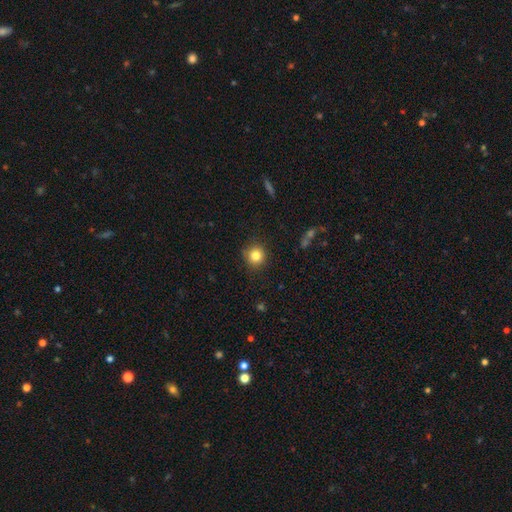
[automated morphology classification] smooth-or-featured: smooth: 82% | star or artifact: 11% | featured or disk: 6%
  how-rounded: round: 92% | in between: 7% | cigar-shaped: 1%
  merging: none: 89% | minor disturbance: 8% | major disturbance: 2% | merger: 1%